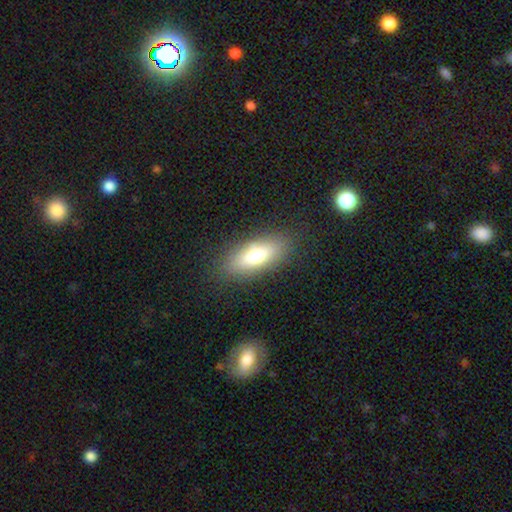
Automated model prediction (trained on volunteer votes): A smooth galaxy with no disk features (69%) that is in between round and cigar-shaped (75%).

Vote fractions:
- Smooth or featured? smooth: 69% / featured or disk: 22% / star or artifact: 10%
- How rounded? in between: 75% / cigar-shaped: 20% / round: 5%
- Merging? none: 84% / minor disturbance: 10% / major disturbance: 4% / merger: 1%